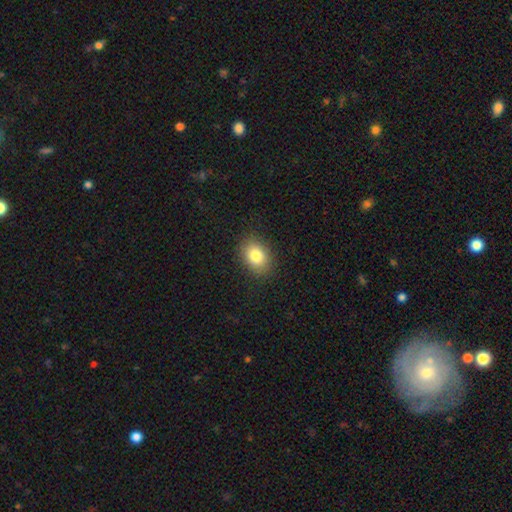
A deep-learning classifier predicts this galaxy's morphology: The model was most divided on "how rounded": in between: 68%, round: 31%, cigar-shaped: 1%. More confident: merging — none (87%); smooth or featured — smooth (82%).